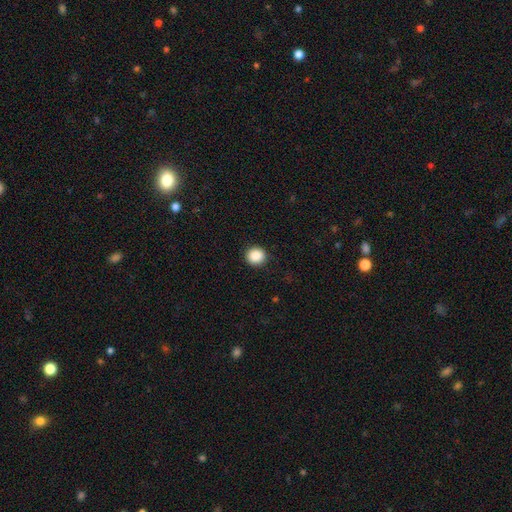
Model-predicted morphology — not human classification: Q: Smooth or featured?
A: smooth (88%); runner-up: star or artifact (9%)
Q: How rounded?
A: round (92%); runner-up: in between (7%)
Q: Merging?
A: none (92%); runner-up: minor disturbance (6%)